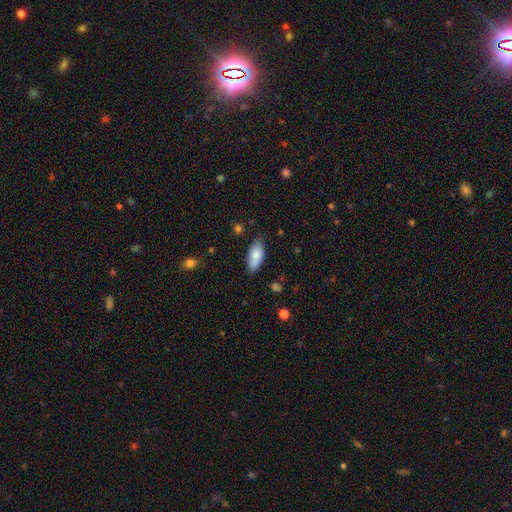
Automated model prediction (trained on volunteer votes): smooth-or-featured: smooth: 82% | featured or disk: 11% | star or artifact: 6%
  how-rounded: in between: 85% | cigar-shaped: 13% | round: 2%
  merging: none: 78% | minor disturbance: 18% | major disturbance: 3% | merger: 2%